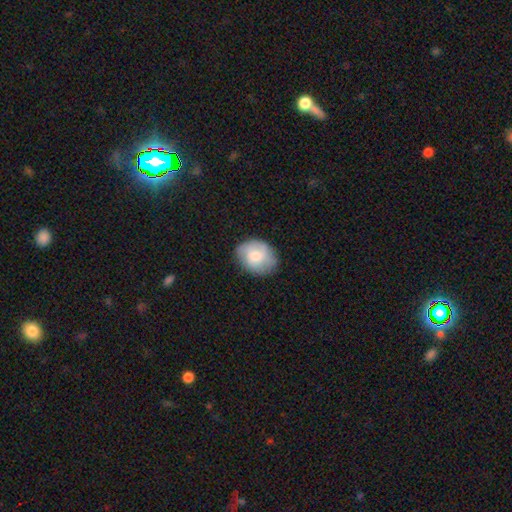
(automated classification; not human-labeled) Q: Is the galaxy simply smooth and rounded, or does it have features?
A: smooth — 69%.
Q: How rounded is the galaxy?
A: in between — 54%.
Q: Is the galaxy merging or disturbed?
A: none — 74%.